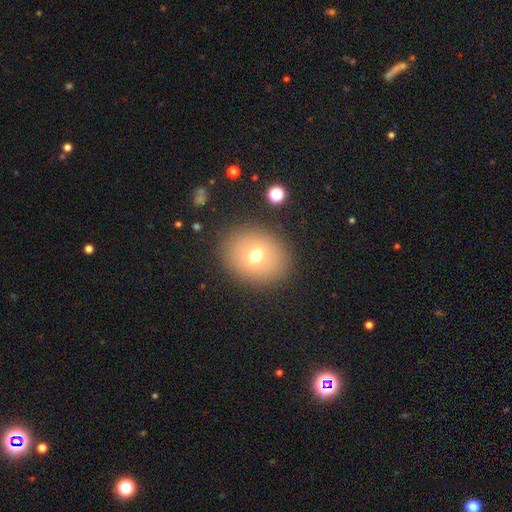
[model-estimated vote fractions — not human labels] This is likely a smooth galaxy (67%). How rounded: possibly round (59%). Merging: clearly none (85%).